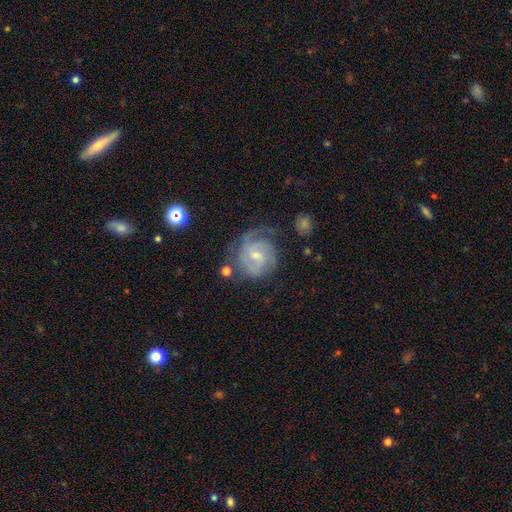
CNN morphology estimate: featured or disk 81%, smooth 13%, star or artifact 6%. Down the decision tree: edge-on disk — no (98%); bar — weak (56%); spiral arms — yes (95%); spiral arm count — 2 (36%); spiral winding — tight (56%); bulge size — small (53%); merging — none (60%).